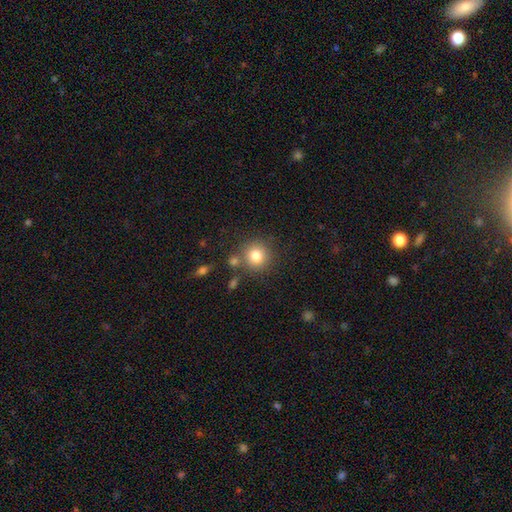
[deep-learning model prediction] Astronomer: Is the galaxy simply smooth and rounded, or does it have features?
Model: smooth — 80%.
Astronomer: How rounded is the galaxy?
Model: round — 91%.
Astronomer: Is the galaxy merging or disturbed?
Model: none — 77%.